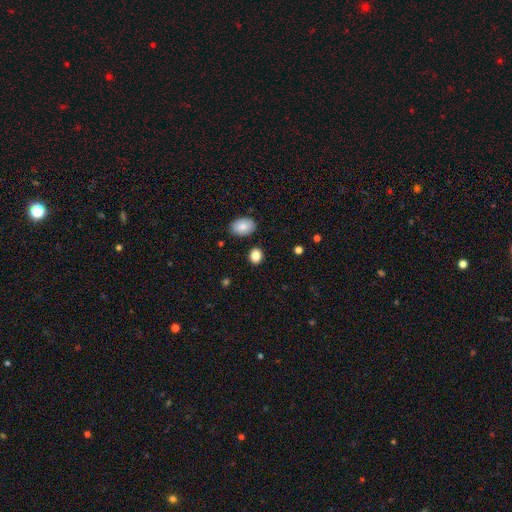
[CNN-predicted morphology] This is clearly a smooth galaxy (86%). How rounded: possibly in between (51%). Merging: clearly none (85%).